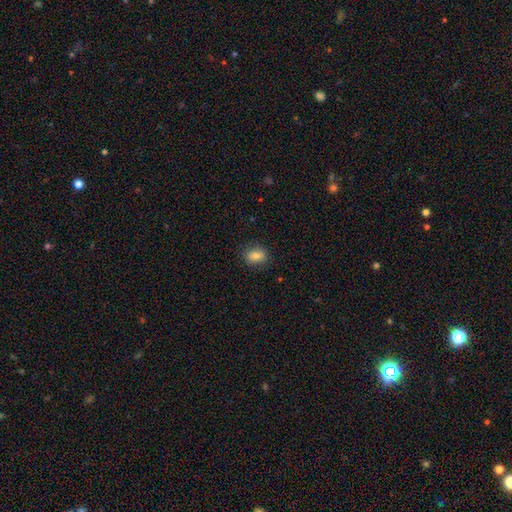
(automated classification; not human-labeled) The model was most divided on "how rounded": in between: 57%, round: 41%, cigar-shaped: 2%. More confident: merging — none (84%); smooth or featured — smooth (79%).